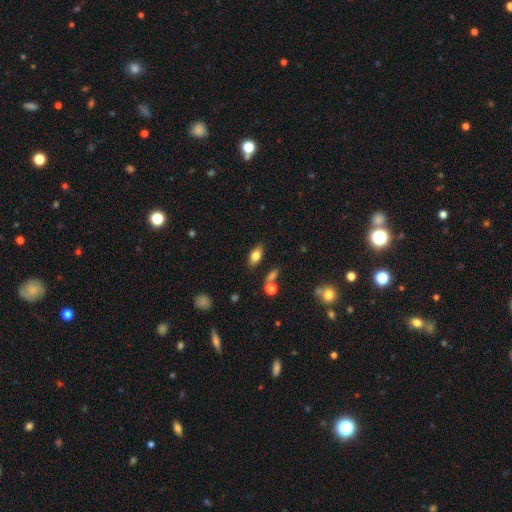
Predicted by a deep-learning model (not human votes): Smooth or featured: smooth — 72% (featured or disk — 20%)
How rounded: in between — 84% (cigar-shaped — 10%)
Merging: none — 80% (minor disturbance — 12%)